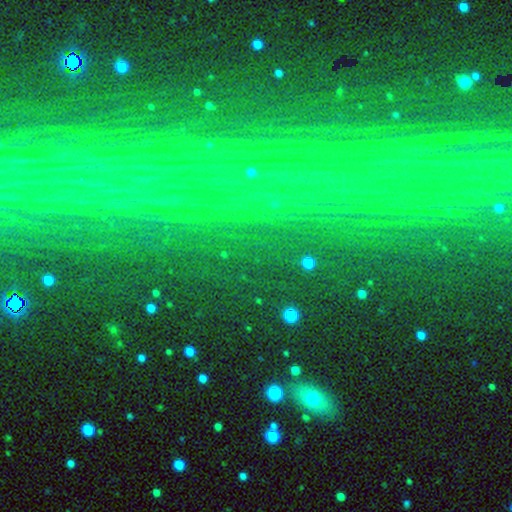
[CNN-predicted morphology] smooth-or-featured: star or artifact: 81% | smooth: 9% | featured or disk: 9%